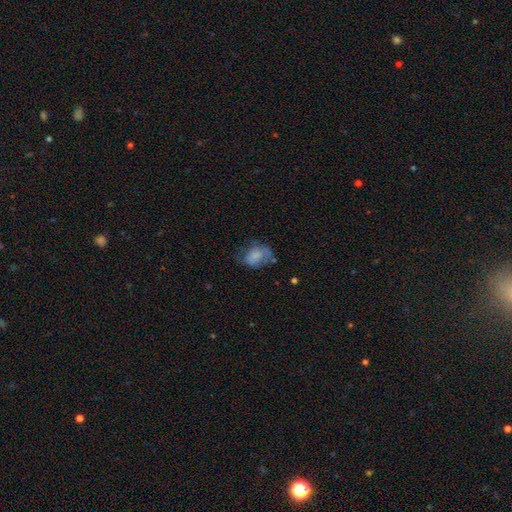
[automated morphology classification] This is likely a smooth galaxy (68%). How rounded: likely in between (69%). Merging: marginally none (41%).